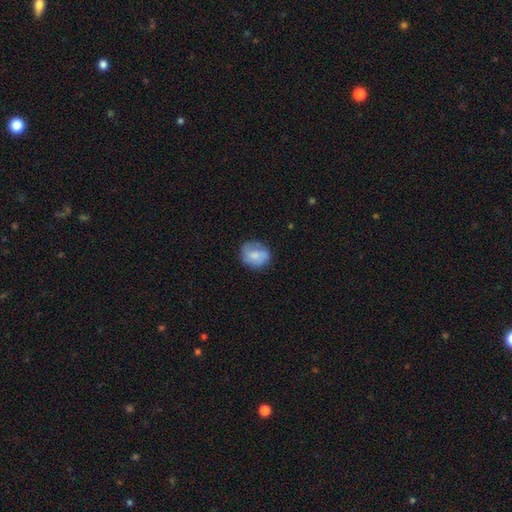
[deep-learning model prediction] Smooth or featured?
  - smooth: 61% *
  - featured or disk: 32%
  - star or artifact: 7%
How rounded?
  - round: 70% *
  - in between: 29%
  - cigar-shaped: 1%
Merging?
  - none: 70% *
  - minor disturbance: 21%
  - major disturbance: 7%
  - merger: 2%